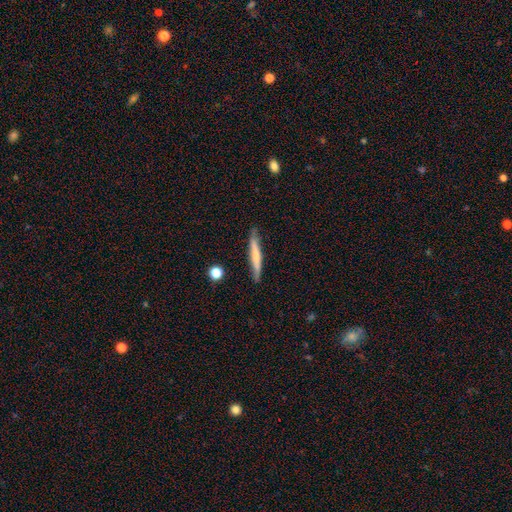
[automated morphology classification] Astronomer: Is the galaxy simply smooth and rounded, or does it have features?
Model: smooth — 61%.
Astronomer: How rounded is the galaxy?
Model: cigar-shaped — 94%.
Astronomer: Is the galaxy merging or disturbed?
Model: none — 83%.